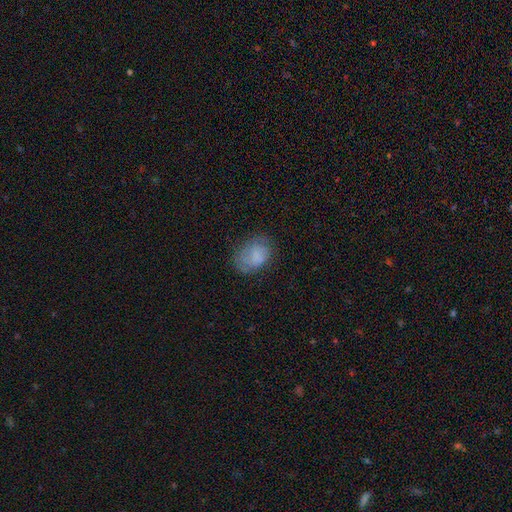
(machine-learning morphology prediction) Q: Smooth or featured?
A: smooth (67%); runner-up: featured or disk (24%)
Q: How rounded?
A: in between (75%); runner-up: round (24%)
Q: Merging?
A: none (60%); runner-up: minor disturbance (26%)